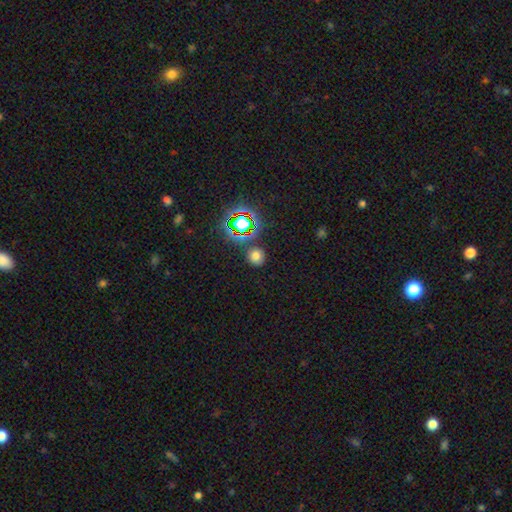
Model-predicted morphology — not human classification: A smooth galaxy with no disk features (68%) that is round (85%). Merging: none (83%).